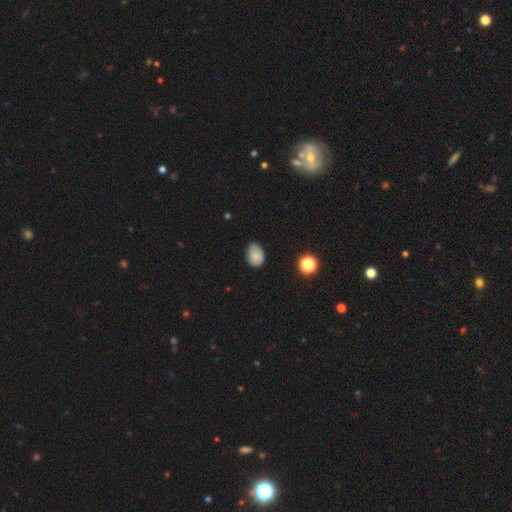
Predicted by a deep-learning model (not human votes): This appears to be a smooth galaxy with no disk features (76%) that is in between round and cigar-shaped (67%). Merging: none (73%).